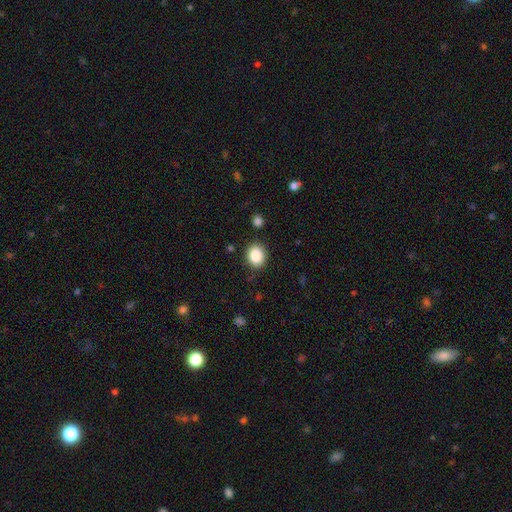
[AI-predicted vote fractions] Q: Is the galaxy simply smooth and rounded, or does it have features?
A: smooth — 87%.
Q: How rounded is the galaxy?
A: round — 54%.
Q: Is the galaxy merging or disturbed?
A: none — 85%.